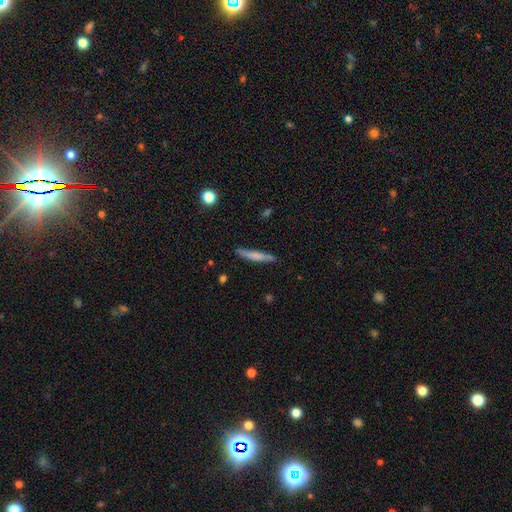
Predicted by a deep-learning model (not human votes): Smooth or featured? smooth (62%)
How rounded? cigar-shaped (93%)
Merging? none (81%)